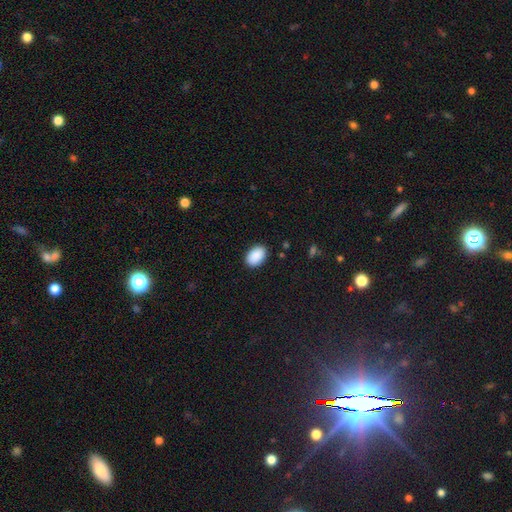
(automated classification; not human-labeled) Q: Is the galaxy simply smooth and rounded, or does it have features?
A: smooth — 91%.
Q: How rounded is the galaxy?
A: in between — 89%.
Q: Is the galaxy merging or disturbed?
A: none — 89%.